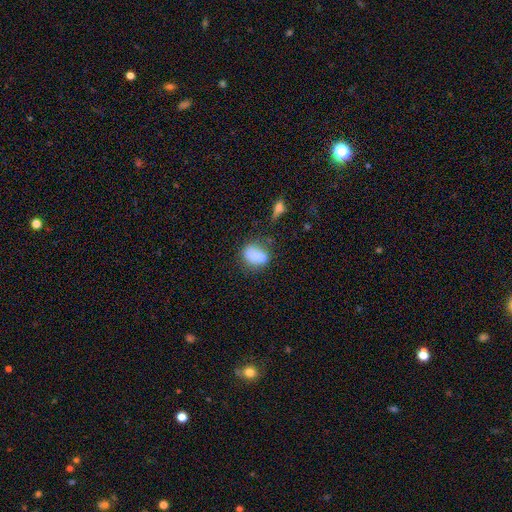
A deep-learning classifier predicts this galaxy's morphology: A smooth galaxy with no disk features (75%) that is in between round and cigar-shaped (72%).

Vote fractions:
- Smooth or featured? smooth: 75% / featured or disk: 14% / star or artifact: 10%
- How rounded? in between: 72% / round: 26% / cigar-shaped: 3%
- Merging? none: 42% / minor disturbance: 24% / merger: 21% / major disturbance: 13%